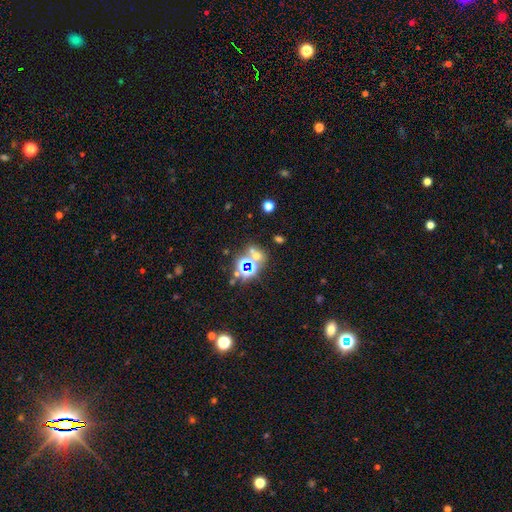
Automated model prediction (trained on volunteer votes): The model was most divided on "smooth or featured": star or artifact: 50%, smooth: 38%, featured or disk: 12%.